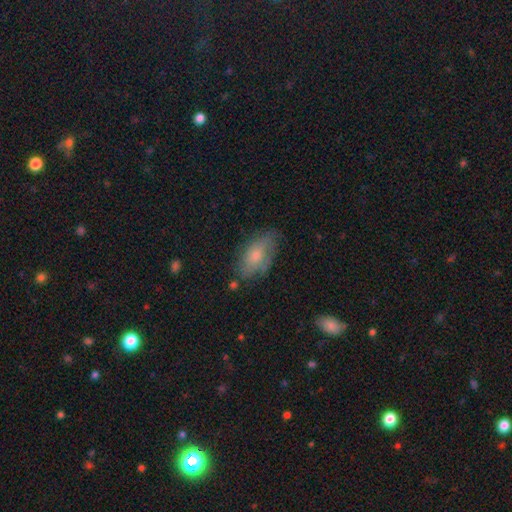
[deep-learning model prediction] Q: Smooth or featured?
A: smooth (63%); runner-up: featured or disk (29%)
Q: How rounded?
A: in between (90%); runner-up: cigar-shaped (5%)
Q: Merging?
A: none (64%); runner-up: minor disturbance (26%)